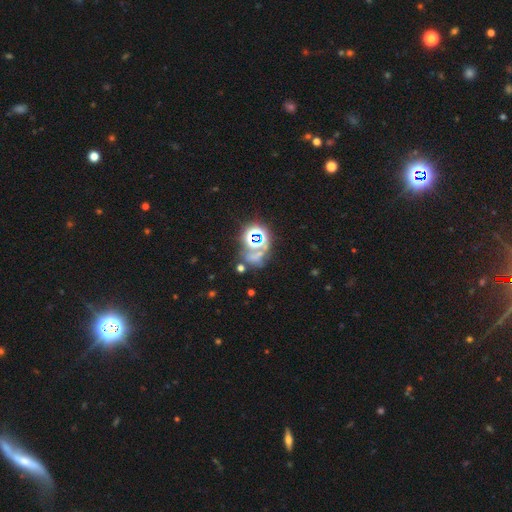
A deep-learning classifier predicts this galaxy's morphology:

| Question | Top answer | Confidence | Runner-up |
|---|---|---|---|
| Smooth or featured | star or artifact | 56% | smooth (31%) |